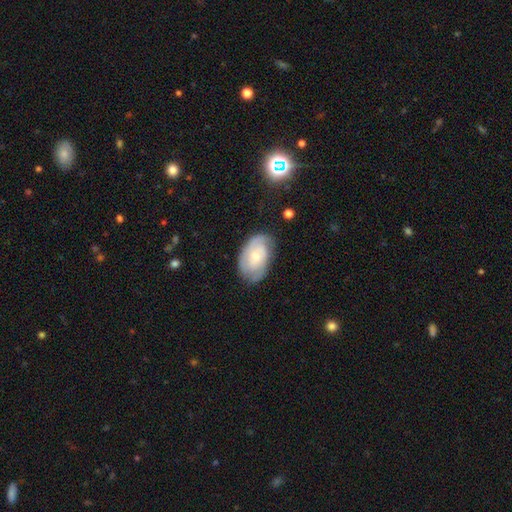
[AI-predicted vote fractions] Smooth or featured? Predicted: featured or disk (p=0.65). Edge-on disk? Predicted: no (p=0.96). Bar? Predicted: no (p=0.72). Spiral arms? Predicted: yes (p=0.87). Spiral winding? Predicted: tight (p=0.58). Spiral arm count? Predicted: 2 (p=0.41). Bulge size? Predicted: small (p=0.58). Merging? Predicted: none (p=0.68).